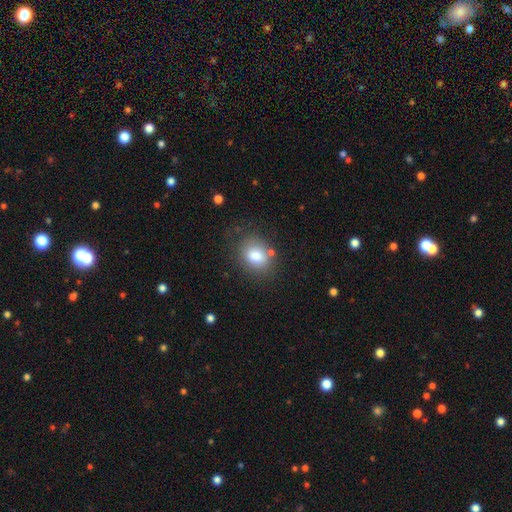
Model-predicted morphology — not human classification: Overall: smooth (79%). How rounded: round (53%; in between 46%). Merging: none (71%).